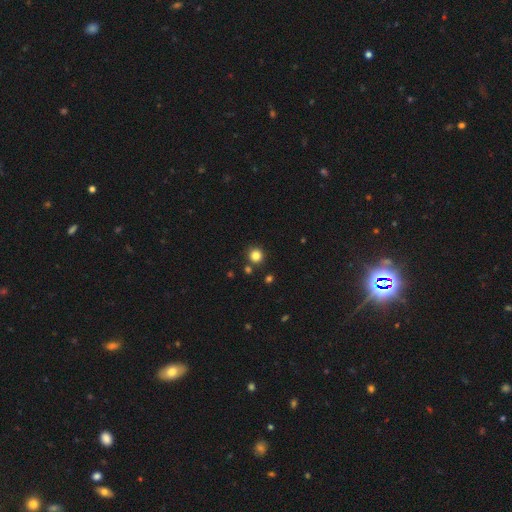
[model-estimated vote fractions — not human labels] Smooth or featured: smooth — 84% (star or artifact — 12%)
How rounded: round — 92% (in between — 7%)
Merging: none — 84% (minor disturbance — 7%)